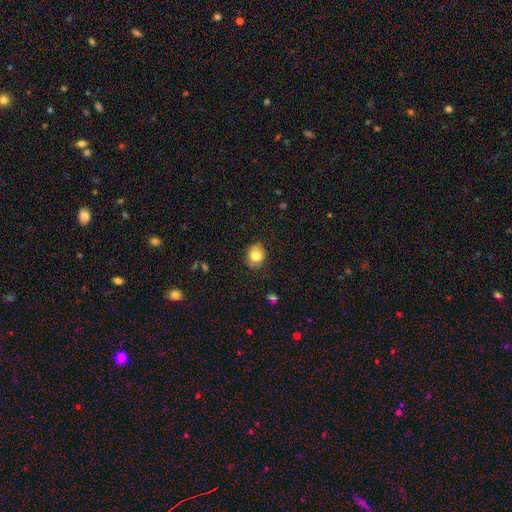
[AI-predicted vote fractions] This is likely a smooth galaxy (76%). How rounded: likely round (61%). Merging: likely none (78%).